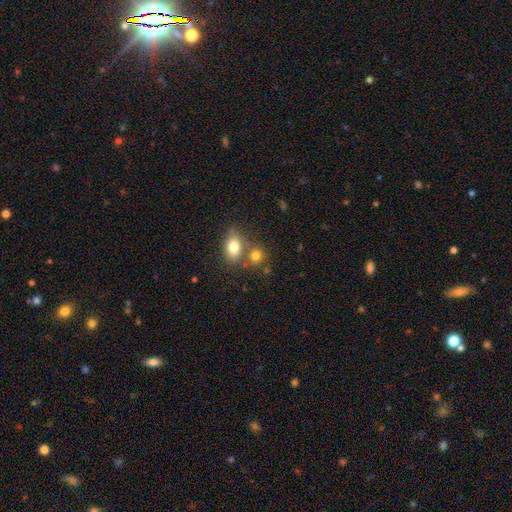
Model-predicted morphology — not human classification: smooth 78%, star or artifact 12%, featured or disk 10%. Down the decision tree: how rounded — round (61%); merging — none (50%).